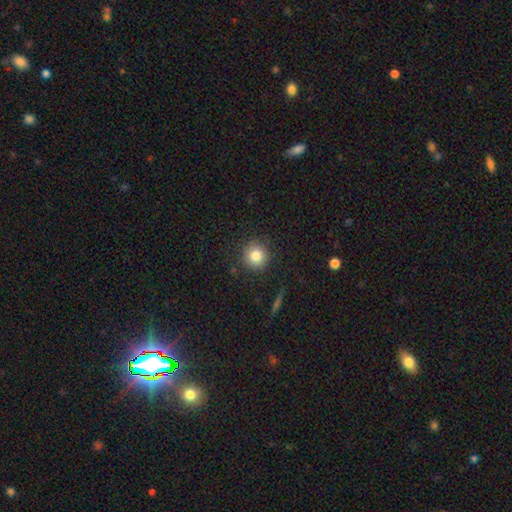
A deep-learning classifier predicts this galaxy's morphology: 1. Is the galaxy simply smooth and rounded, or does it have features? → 82% smooth, 10% star or artifact, 7% featured or disk.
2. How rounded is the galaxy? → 93% round, 6% in between, 1% cigar-shaped.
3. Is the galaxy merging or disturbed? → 88% none, 8% minor disturbance, 3% major disturbance, 1% merger.